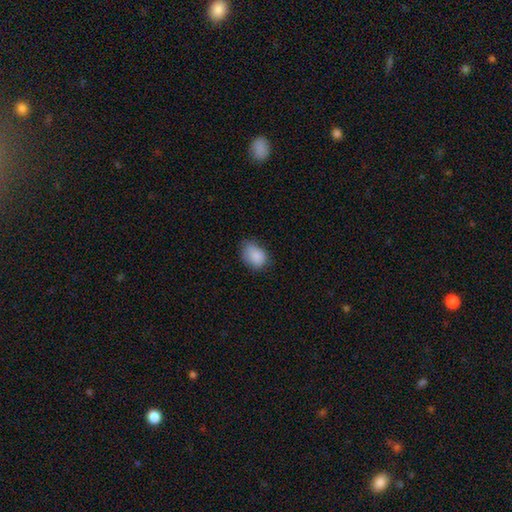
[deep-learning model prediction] Q: Smooth or featured?
A: smooth (87%); runner-up: star or artifact (8%)
Q: How rounded?
A: in between (73%); runner-up: round (26%)
Q: Merging?
A: none (61%); runner-up: minor disturbance (31%)